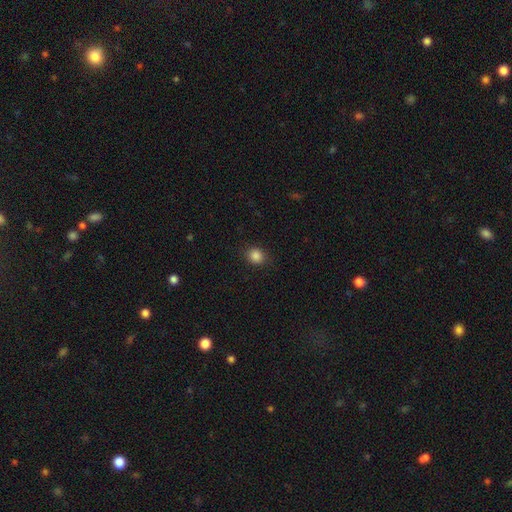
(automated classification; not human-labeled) This is clearly a smooth galaxy (86%). How rounded: likely round (74%). Merging: clearly none (87%).